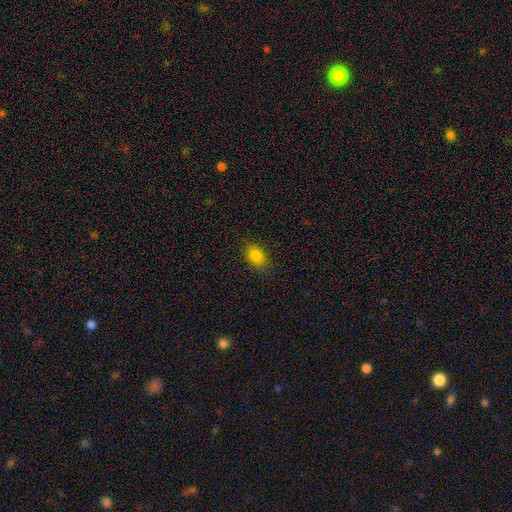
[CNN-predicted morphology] smooth_or_featured: smooth (p=0.84) [alt: star or artifact p=0.10]
how_rounded: in between (p=0.84) [alt: round p=0.14]
merging: none (p=0.82) [alt: minor disturbance p=0.14]